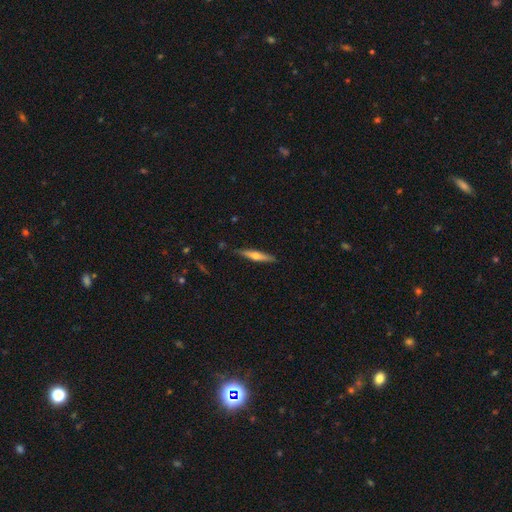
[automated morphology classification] This is possibly a featured or disk galaxy (50%). It is clearly viewed edge-on (95%). Merging: clearly none (87%).